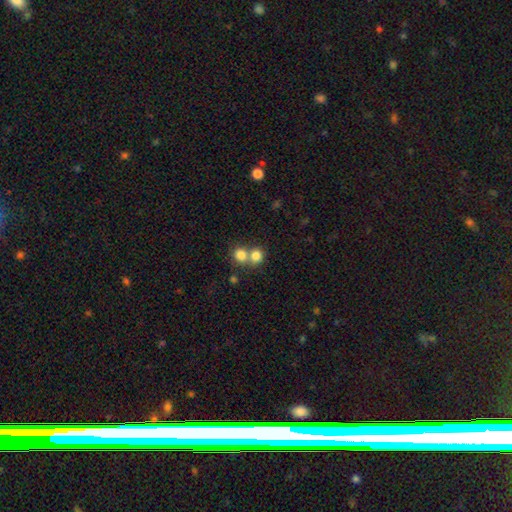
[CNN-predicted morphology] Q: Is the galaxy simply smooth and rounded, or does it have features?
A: smooth — 80%.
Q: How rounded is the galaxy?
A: round — 82%.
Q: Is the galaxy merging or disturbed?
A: merger — 53%.